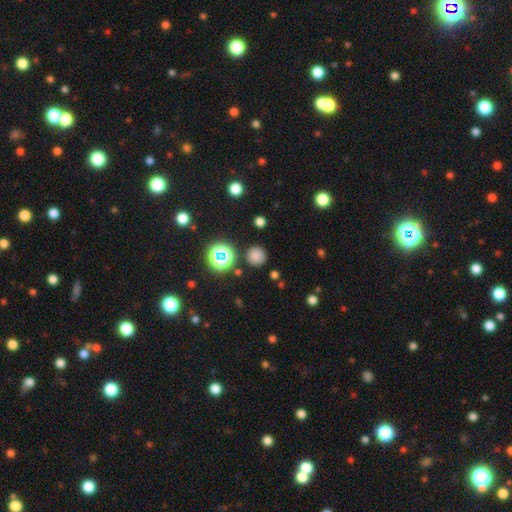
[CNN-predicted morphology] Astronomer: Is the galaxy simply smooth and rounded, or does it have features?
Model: smooth — 74%.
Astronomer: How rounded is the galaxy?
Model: round — 93%.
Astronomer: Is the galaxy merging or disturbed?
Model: none — 86%.